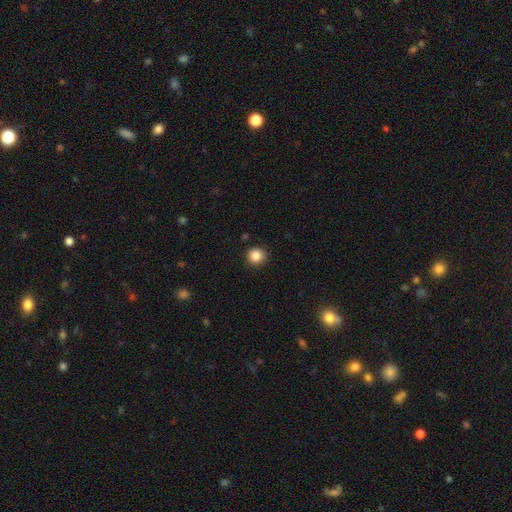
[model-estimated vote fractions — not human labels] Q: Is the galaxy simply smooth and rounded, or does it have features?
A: smooth — 86%.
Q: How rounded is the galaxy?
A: round — 94%.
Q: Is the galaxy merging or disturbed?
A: none — 91%.